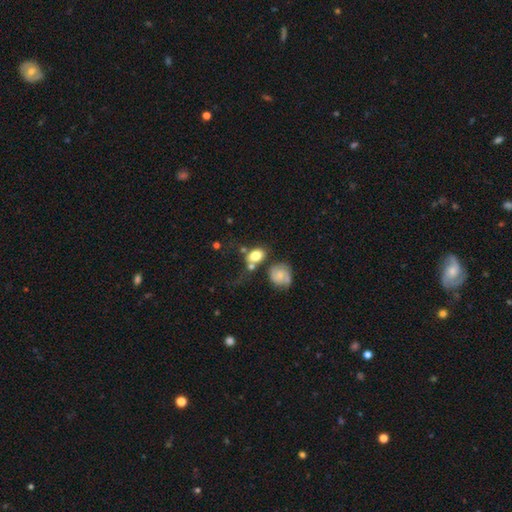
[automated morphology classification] smooth-or-featured: smooth: 69% | featured or disk: 24% | star or artifact: 8%
  how-rounded: in between: 66% | round: 32% | cigar-shaped: 2%
  merging: none: 38% | merger: 29% | minor disturbance: 18% | major disturbance: 15%